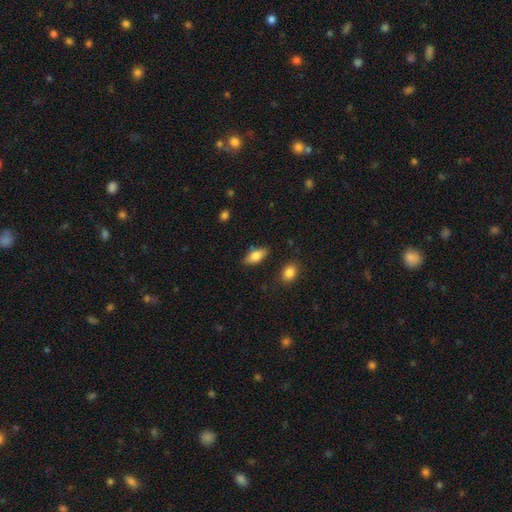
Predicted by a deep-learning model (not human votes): Smooth or featured?
  - smooth: 79% *
  - featured or disk: 15%
  - star or artifact: 7%
How rounded?
  - in between: 84% *
  - cigar-shaped: 13%
  - round: 3%
Merging?
  - none: 83% *
  - minor disturbance: 12%
  - major disturbance: 3%
  - merger: 3%